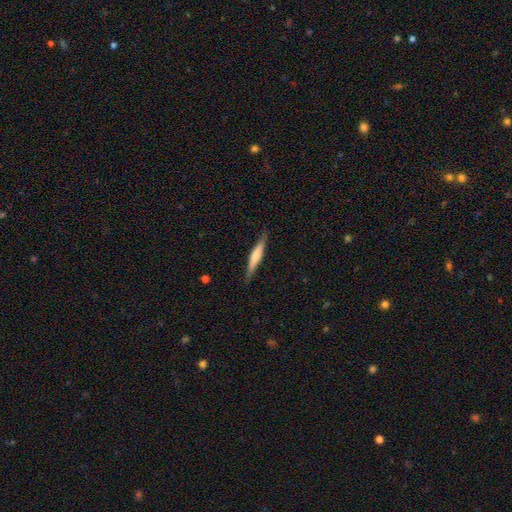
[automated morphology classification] smooth_or_featured: smooth (p=0.51) [alt: featured or disk p=0.43]
how_rounded: cigar-shaped (p=0.92) [alt: in between p=0.06]
merging: none (p=0.87) [alt: minor disturbance p=0.10]